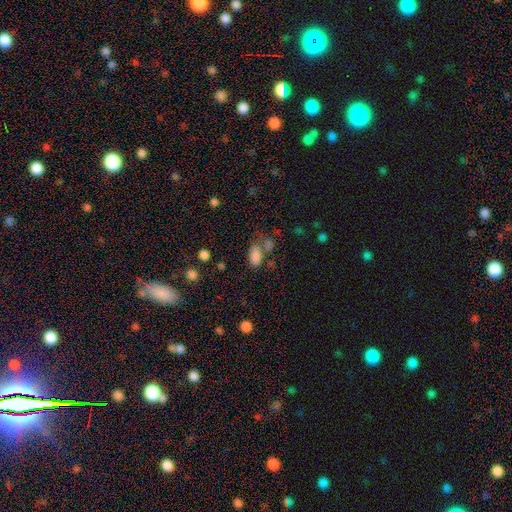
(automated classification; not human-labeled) smooth_or_featured: smooth (p=0.82) [alt: star or artifact p=0.12]
how_rounded: in between (p=0.89) [alt: round p=0.06]
merging: none (p=0.53) [alt: merger p=0.22]